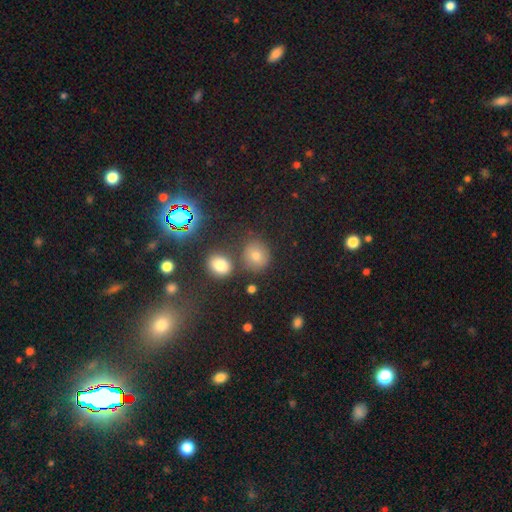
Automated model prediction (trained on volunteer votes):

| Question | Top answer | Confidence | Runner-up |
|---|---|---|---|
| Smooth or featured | smooth | 68% | star or artifact (22%) |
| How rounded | round | 76% | in between (23%) |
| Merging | none | 76% | minor disturbance (11%) |